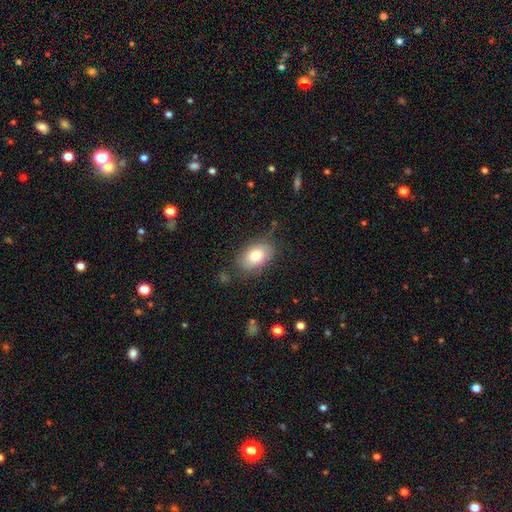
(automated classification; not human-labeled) Overall: smooth (78%). How rounded: in between (85%). Merging: none (79%).